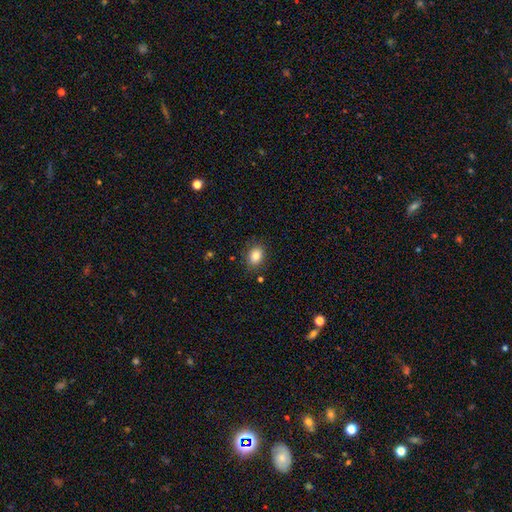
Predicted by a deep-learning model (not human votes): This is clearly a smooth galaxy (84%). How rounded: likely in between (66%). Merging: clearly none (83%).